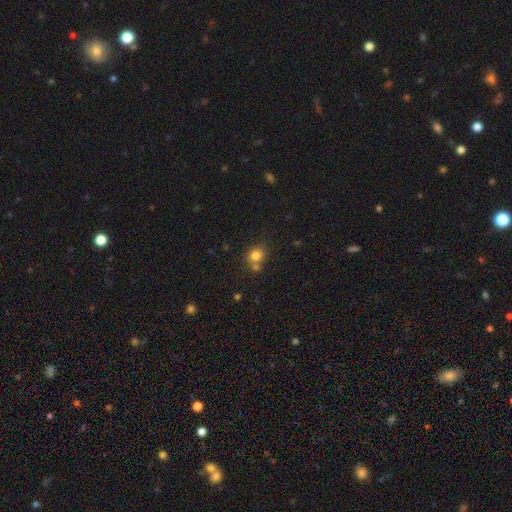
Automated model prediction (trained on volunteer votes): This appears to be a smooth galaxy with no disk features (79%) that is round (78%). Merging: none (58%).